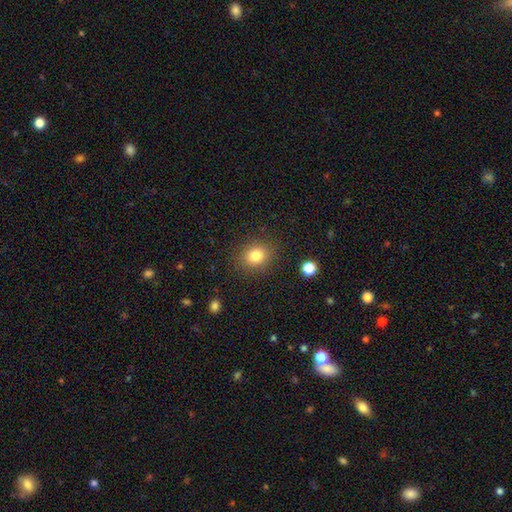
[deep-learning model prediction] smooth_or_featured: smooth (p=0.82) [alt: star or artifact p=0.11]
how_rounded: round (p=0.59) [alt: in between p=0.40]
merging: none (p=0.86) [alt: minor disturbance p=0.09]